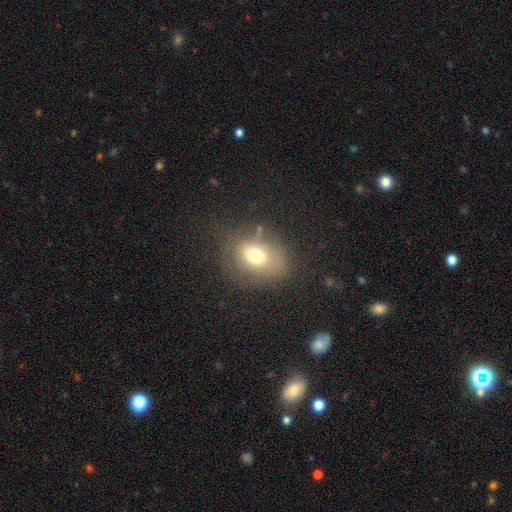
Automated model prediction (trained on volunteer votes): This is likely a smooth galaxy (68%). How rounded: possibly round (53%). Merging: likely none (65%).